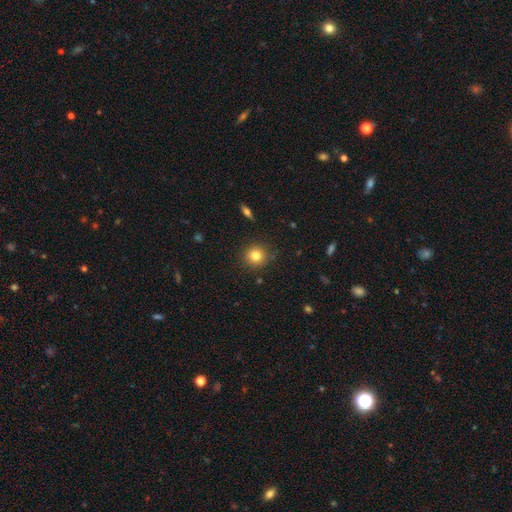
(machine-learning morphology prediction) Smooth or featured? smooth (81%)
How rounded? round (91%)
Merging? none (88%)